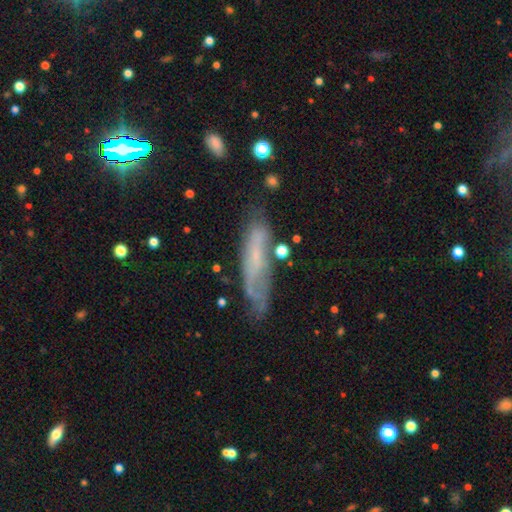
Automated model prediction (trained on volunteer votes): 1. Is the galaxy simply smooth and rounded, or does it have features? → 45% smooth, 44% featured or disk, 11% star or artifact.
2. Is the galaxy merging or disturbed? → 61% none, 25% minor disturbance, 10% major disturbance, 5% merger.